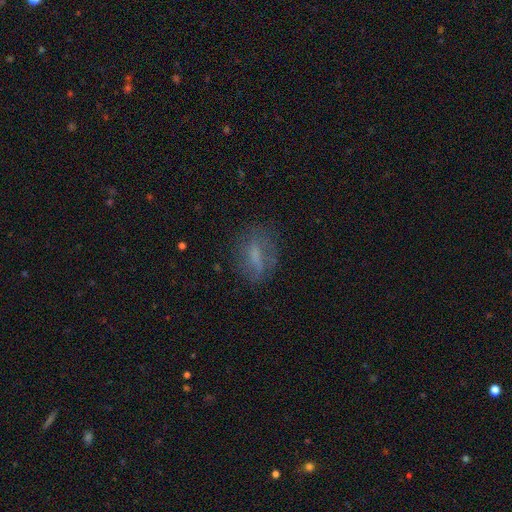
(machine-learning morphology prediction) Smooth or featured?
  - smooth: 53% *
  - featured or disk: 34%
  - star or artifact: 13%
How rounded?
  - in between: 60% *
  - cigar-shaped: 27%
  - round: 13%
Merging?
  - none: 67% *
  - minor disturbance: 19%
  - major disturbance: 11%
  - merger: 2%